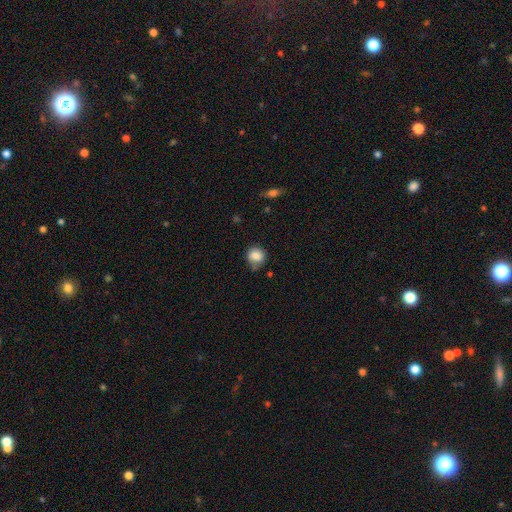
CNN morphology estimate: Q: Smooth or featured?
A: smooth (86%); runner-up: star or artifact (9%)
Q: How rounded?
A: round (84%); runner-up: in between (15%)
Q: Merging?
A: none (68%); runner-up: minor disturbance (23%)